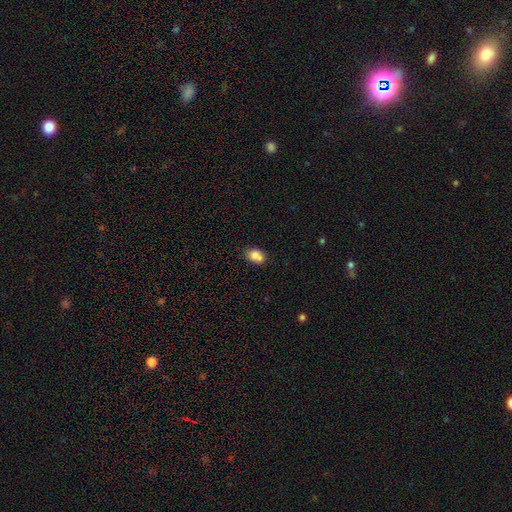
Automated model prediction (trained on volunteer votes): The model was most divided on "merging": none: 51%, merger: 27%, minor disturbance: 17%, major disturbance: 5%. More confident: smooth or featured — smooth (79%); how rounded — in between (65%).